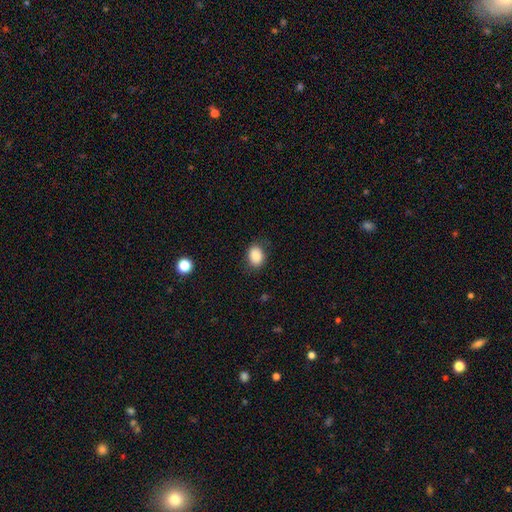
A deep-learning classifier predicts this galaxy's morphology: This appears to be a smooth galaxy with no disk features (87%) that is in between round and cigar-shaped (66%). Merging: none (82%).